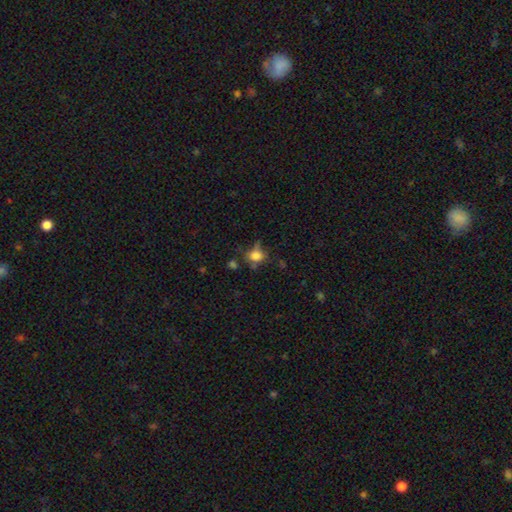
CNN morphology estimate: Smooth or featured? Predicted: smooth (p=0.74). How rounded? Predicted: round (p=0.61). Merging? Predicted: none (p=0.54).